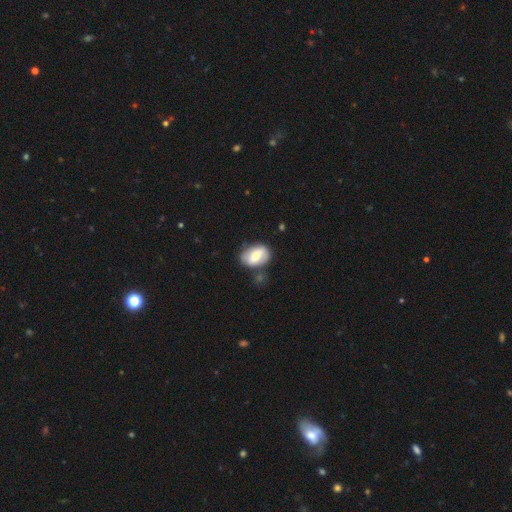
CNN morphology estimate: Smooth or featured? Predicted: smooth (p=0.55). How rounded? Predicted: in between (p=0.79). Merging? Predicted: none (p=0.66).